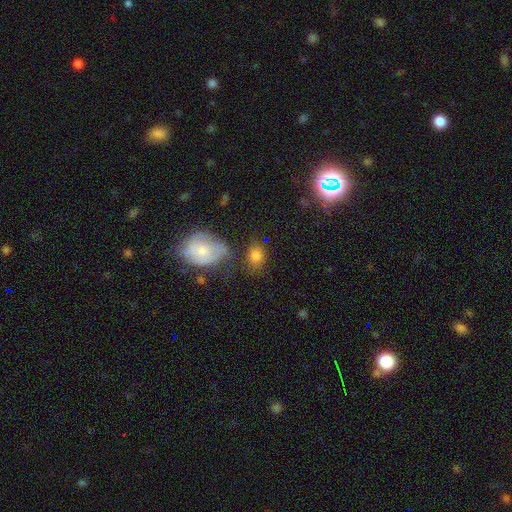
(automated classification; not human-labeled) smooth_or_featured: smooth (p=0.74) [alt: featured or disk p=0.15]
how_rounded: in between (p=0.55) [alt: round p=0.43]
merging: none (p=0.58) [alt: minor disturbance p=0.20]